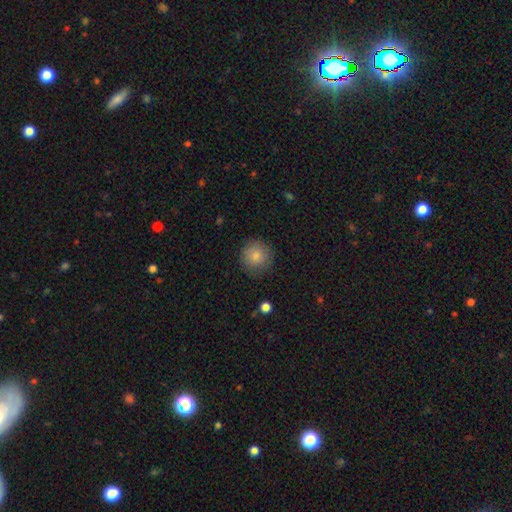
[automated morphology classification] type=smooth (84%); roundness=round (93%); merging=none (85%).